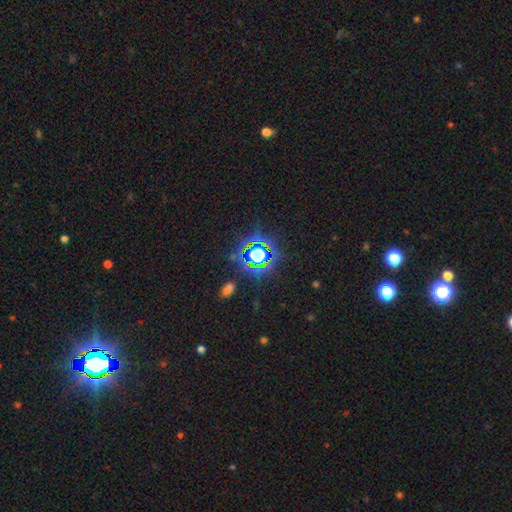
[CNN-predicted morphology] This is likely a star or artifact rather than a galaxy (71%).